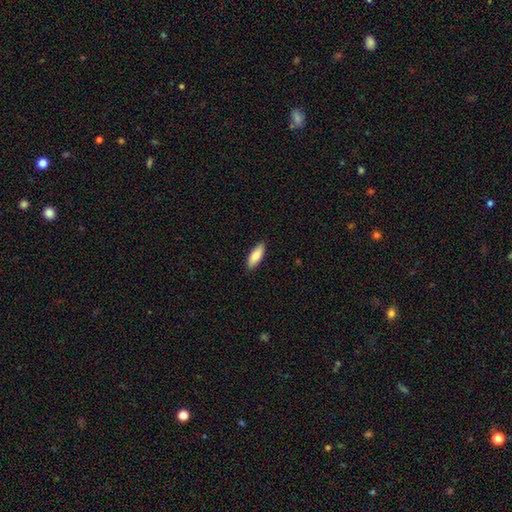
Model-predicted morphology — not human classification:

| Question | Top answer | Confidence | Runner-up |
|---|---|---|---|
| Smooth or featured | smooth | 85% | featured or disk (9%) |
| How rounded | in between | 70% | cigar-shaped (28%) |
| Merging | none | 89% | minor disturbance (8%) |